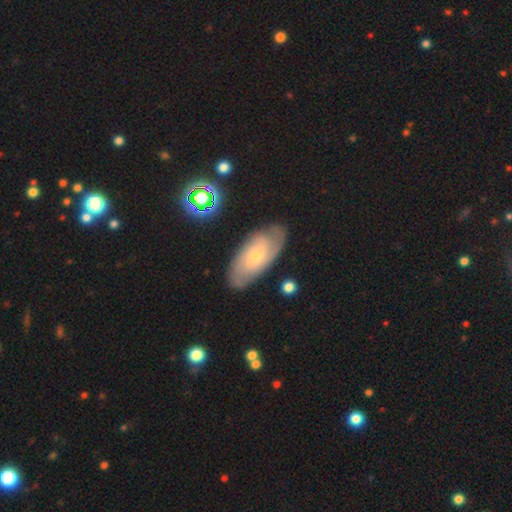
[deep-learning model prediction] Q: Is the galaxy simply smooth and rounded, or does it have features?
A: featured or disk — 67%.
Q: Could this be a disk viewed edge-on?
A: no — 91%.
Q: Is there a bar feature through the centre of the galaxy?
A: no — 58%.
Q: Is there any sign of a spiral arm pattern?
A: yes — 89%.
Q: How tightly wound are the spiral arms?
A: tight — 58%.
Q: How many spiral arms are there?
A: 2 — 44%.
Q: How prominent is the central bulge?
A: small — 68%.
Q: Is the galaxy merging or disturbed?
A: none — 80%.